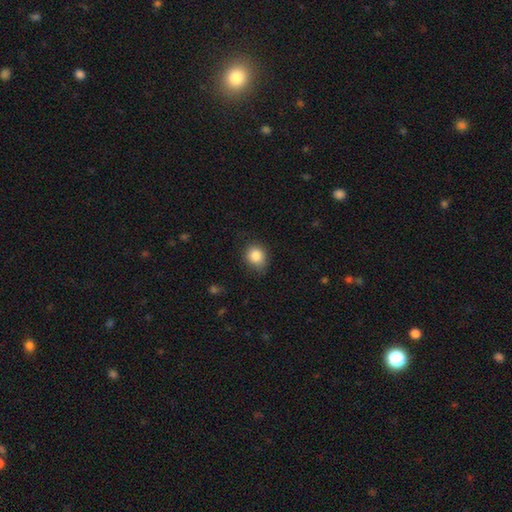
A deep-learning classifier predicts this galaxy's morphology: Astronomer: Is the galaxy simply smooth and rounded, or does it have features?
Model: smooth — 85%.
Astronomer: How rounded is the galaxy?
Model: round — 74%.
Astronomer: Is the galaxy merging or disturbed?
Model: none — 76%.